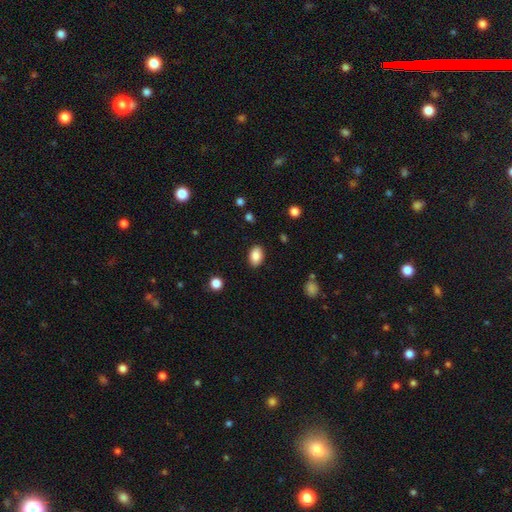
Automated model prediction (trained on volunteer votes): Smooth or featured? Predicted: smooth (p=0.87). How rounded? Predicted: in between (p=0.87). Merging? Predicted: none (p=0.88).